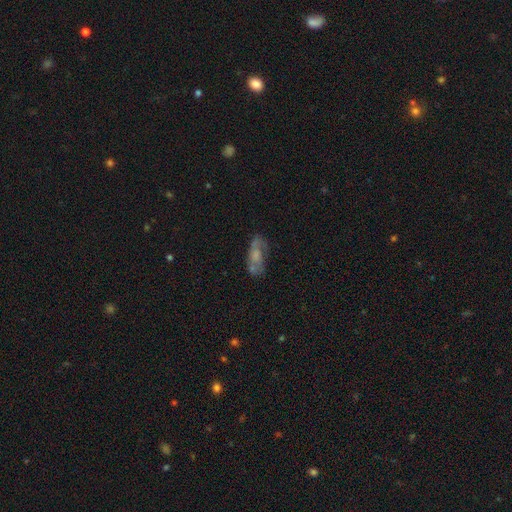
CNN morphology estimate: featured or disk 52%, smooth 37%, star or artifact 10%. Down the decision tree: edge-on disk — no (85%); merging — none (61%).